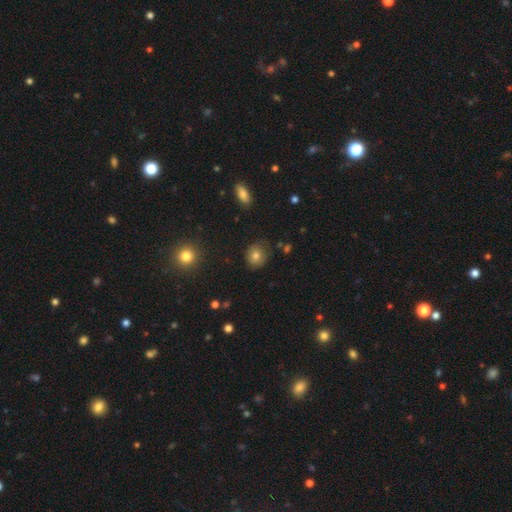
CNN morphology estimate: Smooth or featured? smooth (75%)
How rounded? round (69%)
Merging? none (76%)